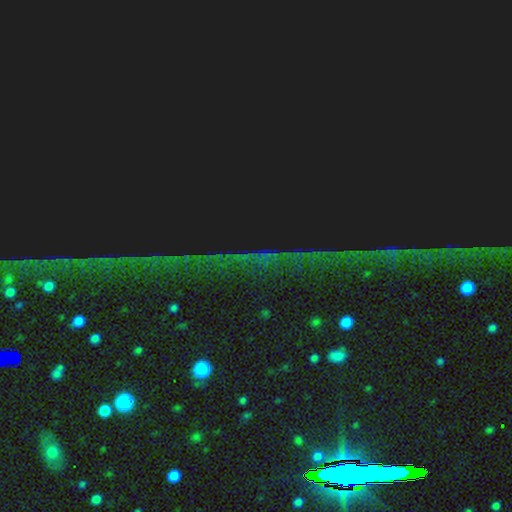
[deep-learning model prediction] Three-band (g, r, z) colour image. It shows a star or artifact, not a galaxy (87%).